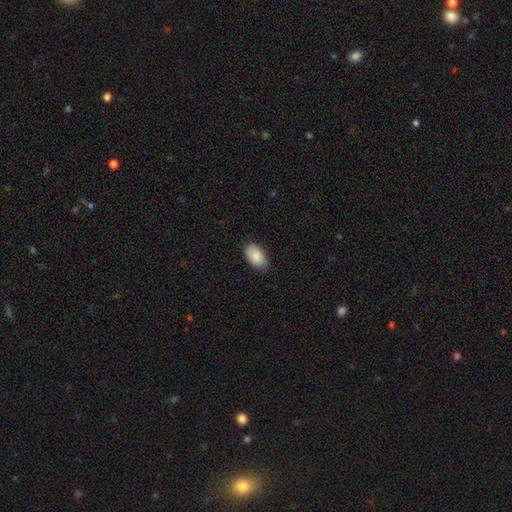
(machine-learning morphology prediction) A smooth galaxy with no disk features (86%) that is in between round and cigar-shaped (95%).

Vote fractions:
- Smooth or featured? smooth: 86% / featured or disk: 8% / star or artifact: 6%
- How rounded? in between: 95% / round: 4% / cigar-shaped: 1%
- Merging? none: 76% / minor disturbance: 20% / major disturbance: 3% / merger: 1%